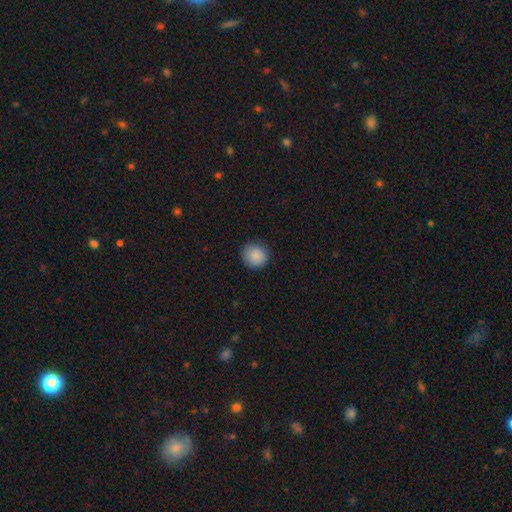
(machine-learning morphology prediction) smooth_or_featured: smooth (p=0.88) [alt: star or artifact p=0.08]
how_rounded: round (p=0.90) [alt: in between p=0.09]
merging: none (p=0.87) [alt: minor disturbance p=0.10]